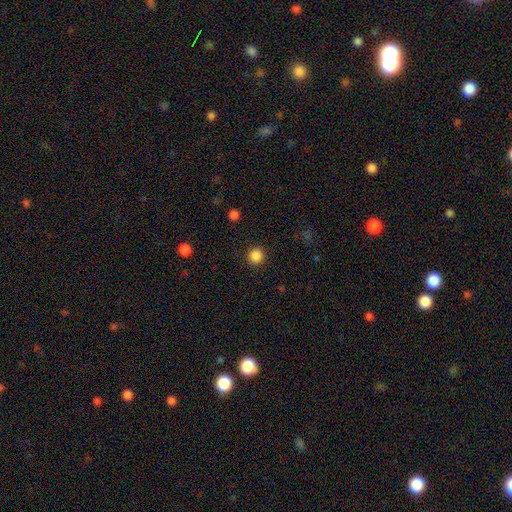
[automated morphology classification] Overall: smooth (86%). How rounded: round (94%). Merging: none (91%).